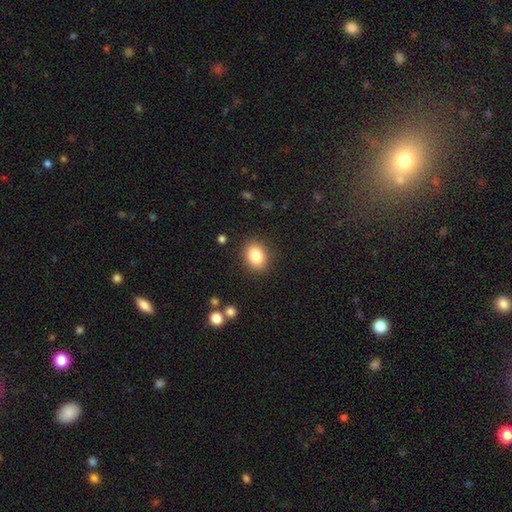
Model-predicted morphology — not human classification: Smooth or featured: smooth — 84% (star or artifact — 9%)
How rounded: in between — 55% (round — 44%)
Merging: none — 87% (minor disturbance — 9%)